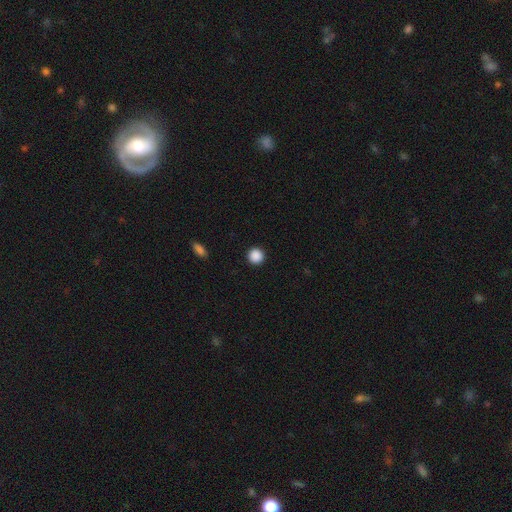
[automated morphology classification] Q: Smooth or featured?
A: smooth (89%); runner-up: star or artifact (9%)
Q: How rounded?
A: round (95%); runner-up: in between (4%)
Q: Merging?
A: none (93%); runner-up: minor disturbance (4%)